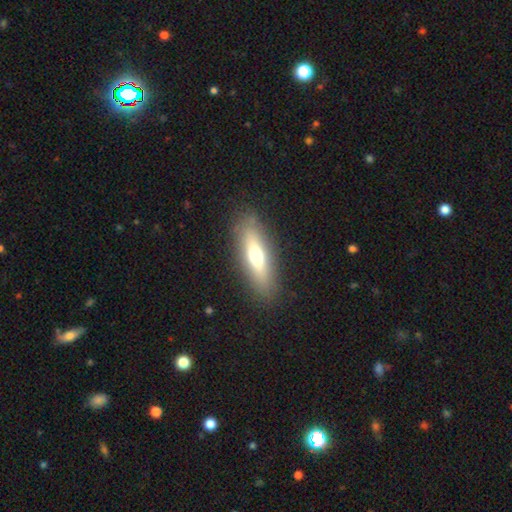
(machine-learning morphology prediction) smooth-or-featured: smooth: 56% | featured or disk: 36% | star or artifact: 8%
  how-rounded: in between: 49% | cigar-shaped: 48% | round: 3%
  merging: none: 86% | minor disturbance: 9% | major disturbance: 4% | merger: 1%